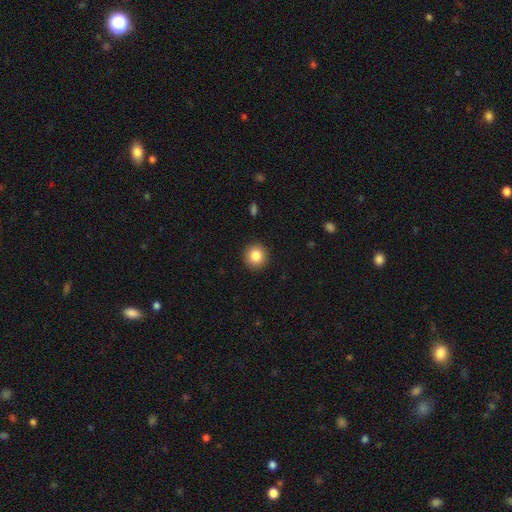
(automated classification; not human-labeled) smooth 84%, star or artifact 9%, featured or disk 6%. Down the decision tree: how rounded — round (94%); merging — none (92%).